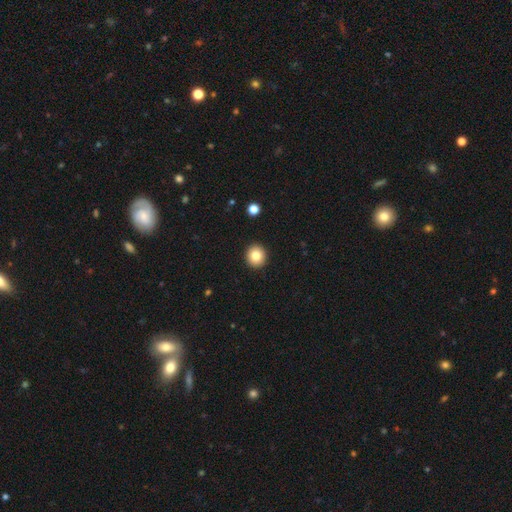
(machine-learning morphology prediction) Smooth or featured? smooth (81%)
How rounded? round (91%)
Merging? none (93%)